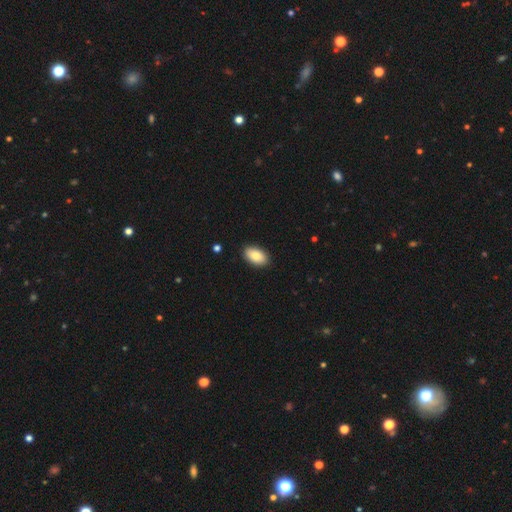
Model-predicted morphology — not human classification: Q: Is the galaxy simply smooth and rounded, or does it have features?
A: smooth — 84%.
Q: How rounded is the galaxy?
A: in between — 94%.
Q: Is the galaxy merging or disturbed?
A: none — 90%.